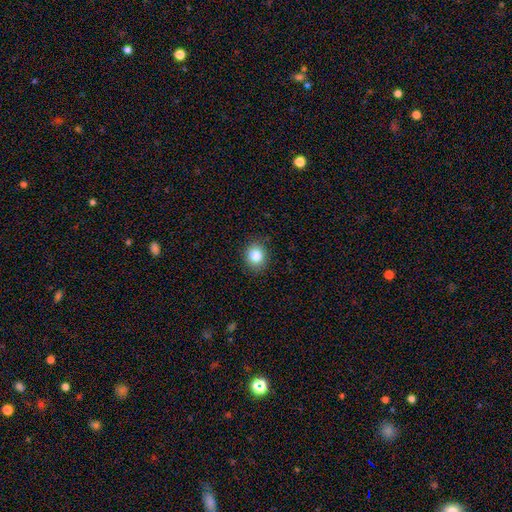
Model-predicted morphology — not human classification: Smooth or featured? smooth (83%)
How rounded? round (71%)
Merging? none (88%)